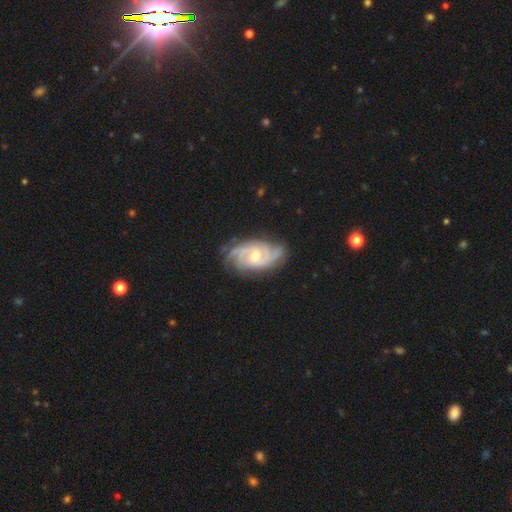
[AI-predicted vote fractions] Smooth or featured?
  - featured or disk: 88% *
  - smooth: 7%
  - star or artifact: 5%
Edge-on disk?
  - no: 96% *
  - yes: 4%
Bar?
  - no: 47% *
  - weak: 44%
  - strong: 9%
Spiral arms?
  - yes: 98% *
  - no: 2%
Spiral winding?
  - tight: 58% *
  - medium: 35%
  - loose: 7%
Spiral arm count?
  - 2: 31% *
  - 3: 28%
  - can't tell: 21%
  - 4: 10%
  - more than 4: 5%
  - 1: 5%
Bulge size?
  - moderate: 56% *
  - small: 39%
  - large: 3%
  - none: 2%
  - dominant: 1%
Merging?
  - none: 75% *
  - minor disturbance: 19%
  - major disturbance: 5%
  - merger: 1%